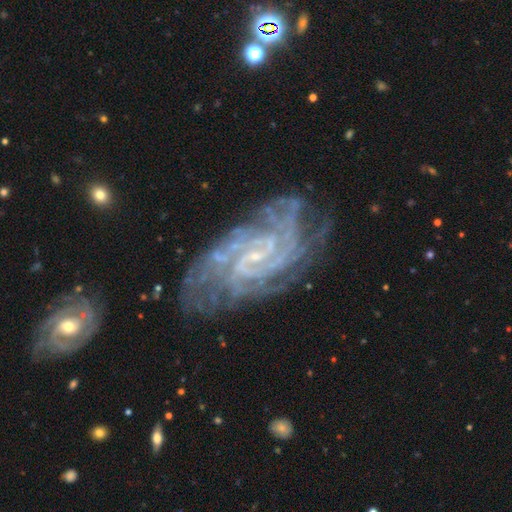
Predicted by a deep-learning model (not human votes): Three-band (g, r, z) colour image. It shows a featured or disk galaxy (89%) with a weak bar (44%), tight (66%) spiral arms (98%) and a small central bulge (80%). Merging: none (67%).